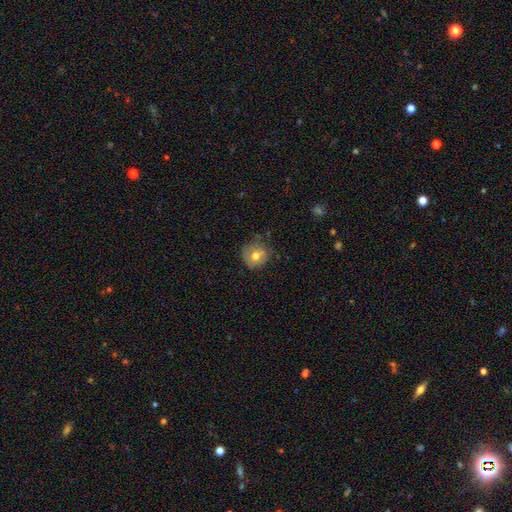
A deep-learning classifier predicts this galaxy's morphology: Q: Smooth or featured?
A: smooth (66%); runner-up: featured or disk (24%)
Q: How rounded?
A: round (87%); runner-up: in between (12%)
Q: Merging?
A: none (65%); runner-up: minor disturbance (24%)